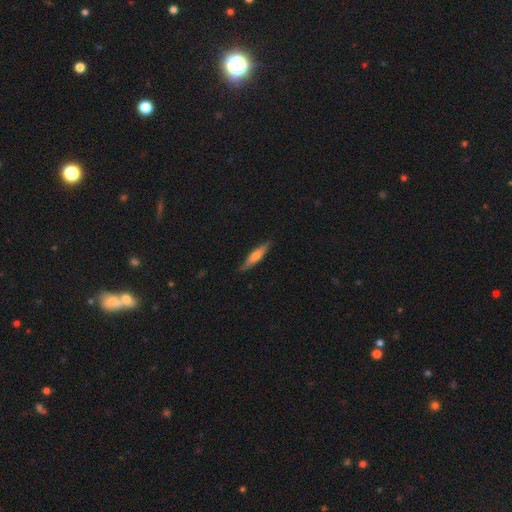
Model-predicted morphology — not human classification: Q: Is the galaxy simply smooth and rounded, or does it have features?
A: smooth — 56%.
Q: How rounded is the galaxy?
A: cigar-shaped — 81%.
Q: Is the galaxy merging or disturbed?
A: none — 83%.